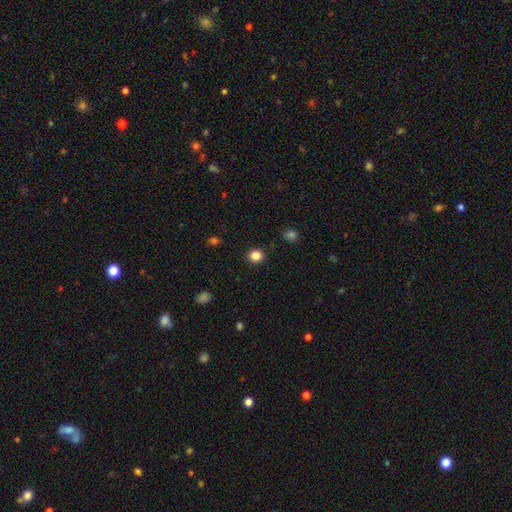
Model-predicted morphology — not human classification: type=smooth (84%); roundness=round (89%); merging=none (91%).